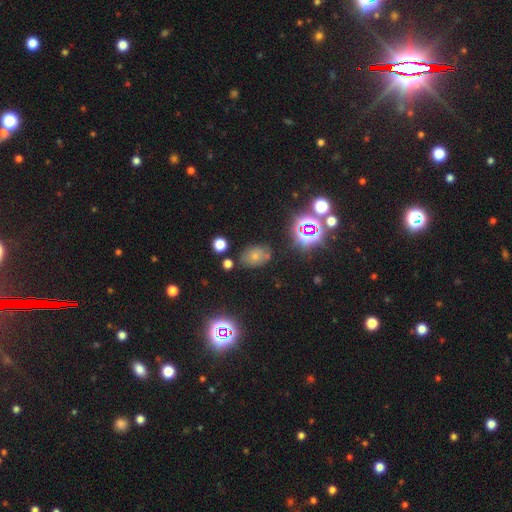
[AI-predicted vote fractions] A smooth galaxy with no disk features (59%) that is in between round and cigar-shaped (78%).

Vote fractions:
- Smooth or featured? smooth: 59% / star or artifact: 25% / featured or disk: 16%
- How rounded? in between: 78% / round: 21% / cigar-shaped: 1%
- Merging? none: 69% / minor disturbance: 18% / merger: 7% / major disturbance: 6%